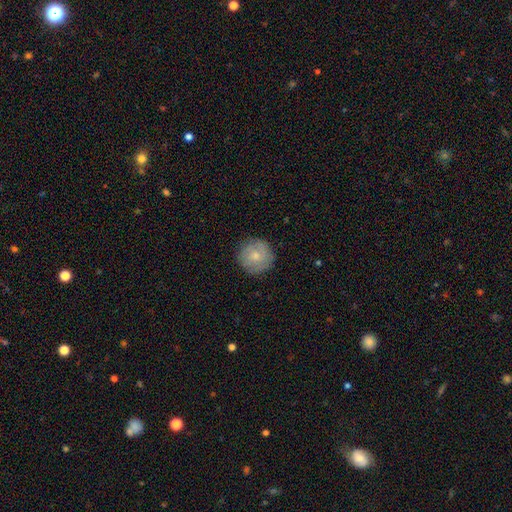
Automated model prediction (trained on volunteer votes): A smooth galaxy with no disk features (72%) that is round (95%).

Vote fractions:
- Smooth or featured? smooth: 72% / featured or disk: 21% / star or artifact: 7%
- How rounded? round: 95% / in between: 4% / cigar-shaped: 1%
- Merging? none: 85% / minor disturbance: 11% / major disturbance: 3% / merger: 1%